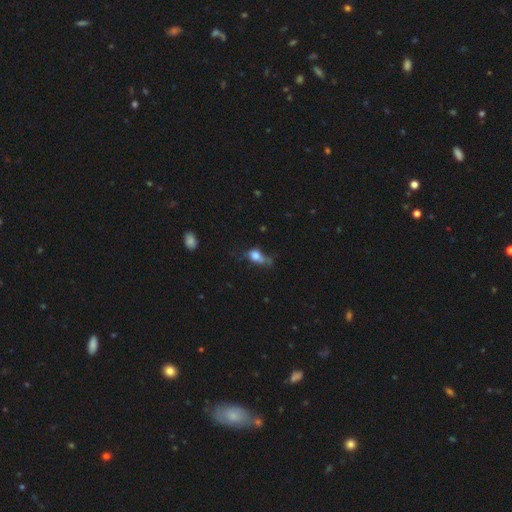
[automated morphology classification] The model was most divided on "merging": none: 32%, minor disturbance: 30%, major disturbance: 28%, merger: 10%. More confident: smooth or featured — smooth (71%); how rounded — in between (67%).